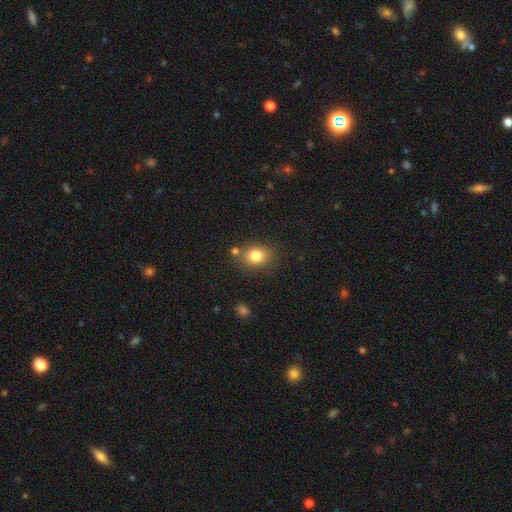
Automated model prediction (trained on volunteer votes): Morphology: type=smooth (81%); roundness=round (55%); merging=none (72%).